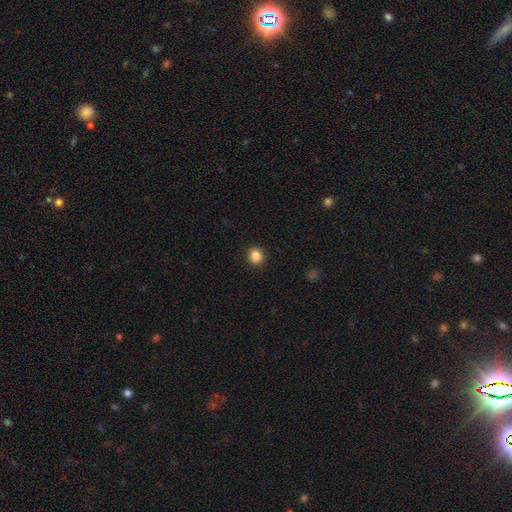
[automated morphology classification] Smooth or featured?
  - smooth: 86% *
  - star or artifact: 11%
  - featured or disk: 4%
How rounded?
  - round: 81% *
  - in between: 18%
  - cigar-shaped: 1%
Merging?
  - none: 91% *
  - minor disturbance: 6%
  - major disturbance: 2%
  - merger: 1%